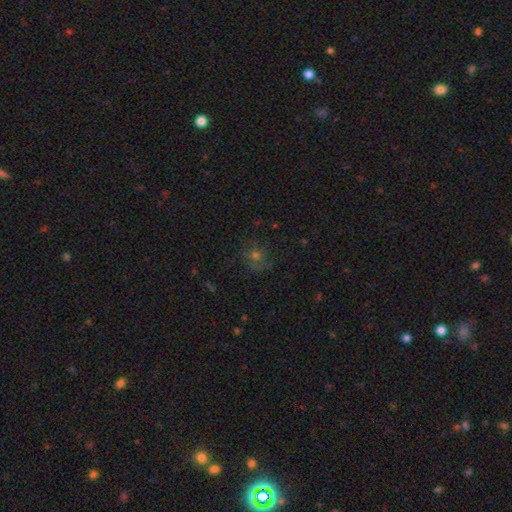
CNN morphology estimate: smooth-or-featured: smooth: 42% | star or artifact: 31% | featured or disk: 27%
  merging: none: 65% | minor disturbance: 19% | major disturbance: 14% | merger: 3%